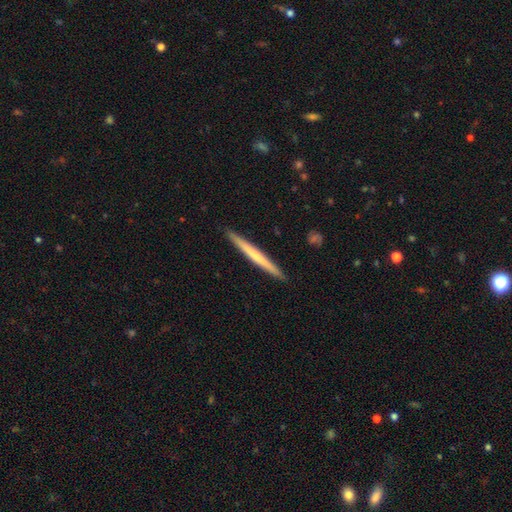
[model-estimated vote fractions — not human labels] Morphology: type=smooth (49%); merging=none (92%).